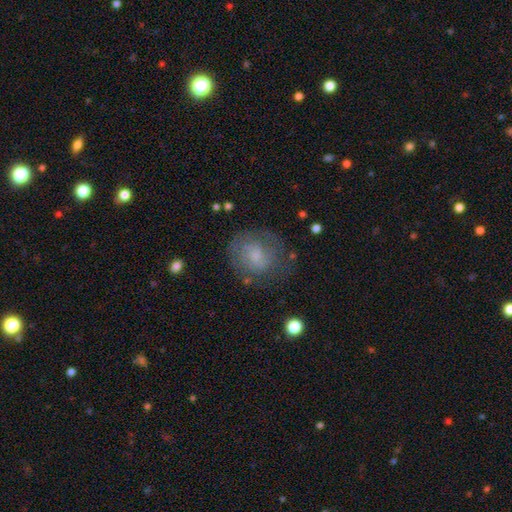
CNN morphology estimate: smooth_or_featured: smooth (p=0.46) [alt: featured or disk p=0.44]
merging: none (p=0.64) [alt: minor disturbance p=0.20]